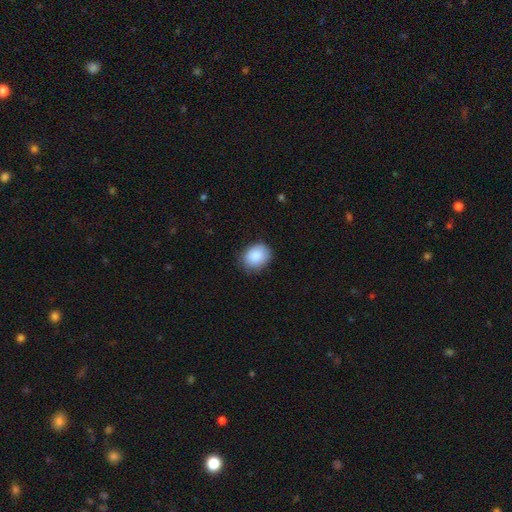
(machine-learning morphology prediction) Q: Smooth or featured?
A: smooth (89%); runner-up: star or artifact (7%)
Q: How rounded?
A: in between (56%); runner-up: round (43%)
Q: Merging?
A: none (81%); runner-up: minor disturbance (15%)